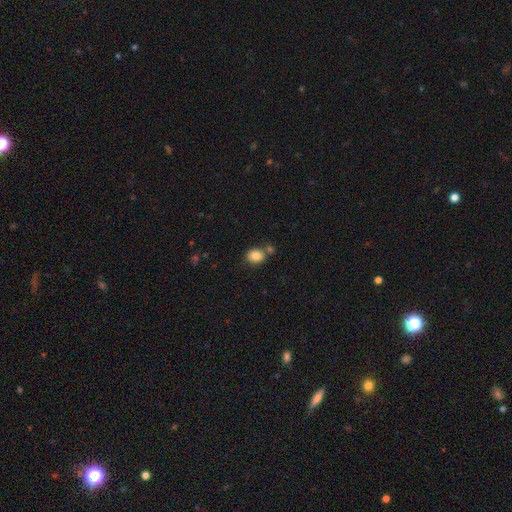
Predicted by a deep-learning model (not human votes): A smooth galaxy with no disk features (83%) that is round (59%).

Vote fractions:
- Smooth or featured? smooth: 83% / star or artifact: 9% / featured or disk: 8%
- How rounded? round: 59% / in between: 40% / cigar-shaped: 1%
- Merging? none: 67% / merger: 18% / minor disturbance: 12% / major disturbance: 3%